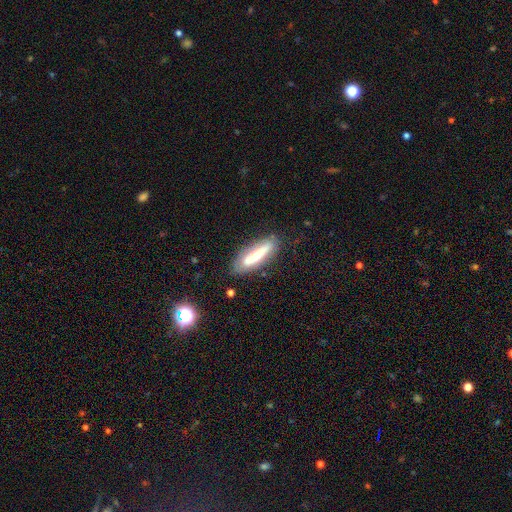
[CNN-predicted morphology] A featured or disk galaxy (48%). Merging: none (79%).